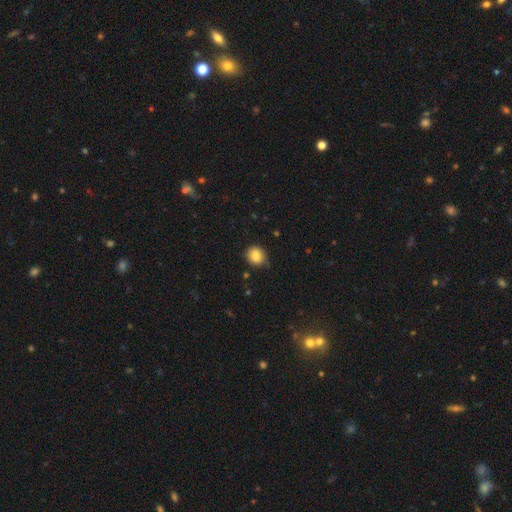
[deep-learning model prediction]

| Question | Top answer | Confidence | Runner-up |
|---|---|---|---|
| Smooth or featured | smooth | 85% | star or artifact (9%) |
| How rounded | round | 79% | in between (20%) |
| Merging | none | 79% | minor disturbance (17%) |